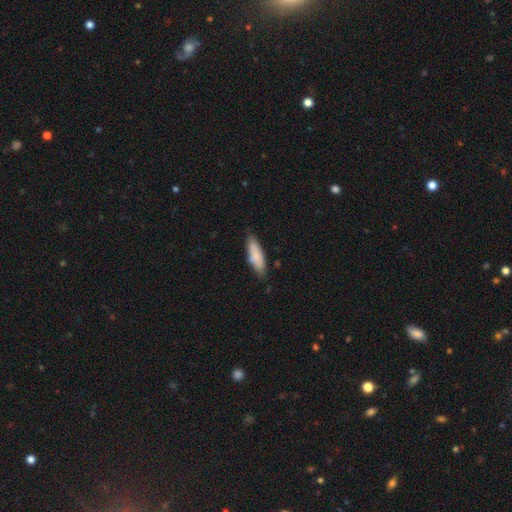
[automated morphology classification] smooth 83%, featured or disk 11%, star or artifact 6%. Down the decision tree: how rounded — cigar-shaped (50%); merging — none (77%).